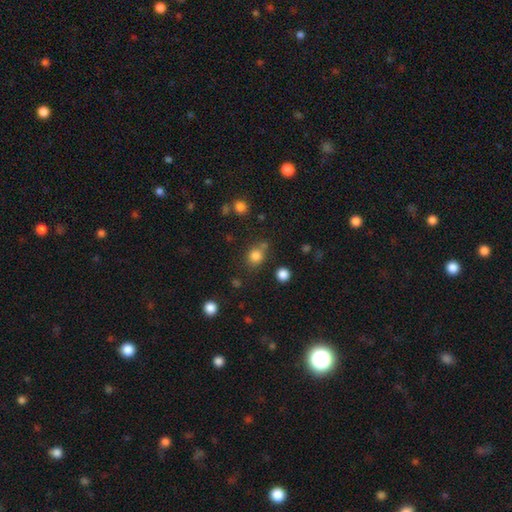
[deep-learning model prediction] smooth 81%, star or artifact 13%, featured or disk 6%. Down the decision tree: how rounded — round (74%); merging — none (67%).